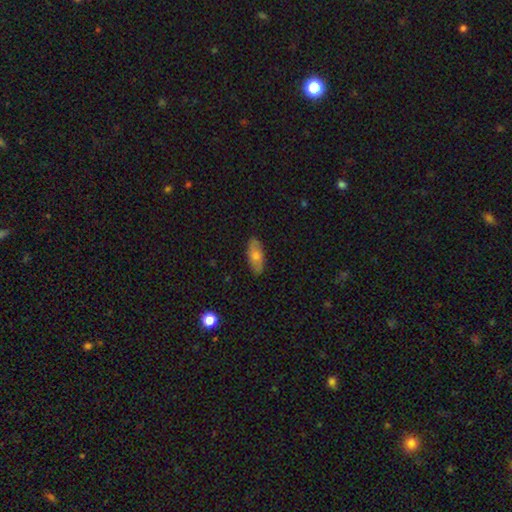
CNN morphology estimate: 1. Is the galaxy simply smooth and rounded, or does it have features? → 64% smooth, 29% featured or disk, 7% star or artifact.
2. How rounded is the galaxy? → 82% in between, 14% cigar-shaped, 3% round.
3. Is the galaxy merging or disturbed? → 85% none, 11% minor disturbance, 2% major disturbance, 1% merger.